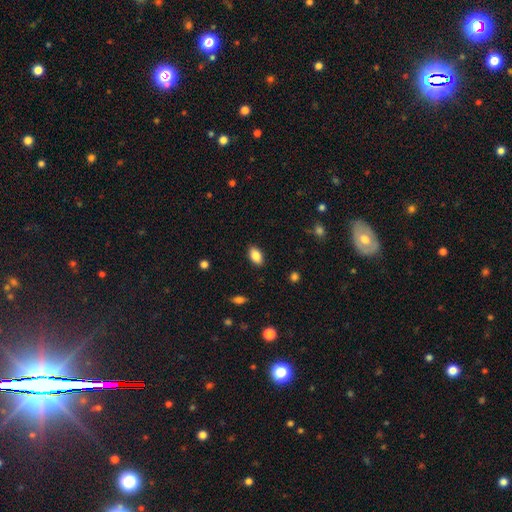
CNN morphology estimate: Smooth or featured? Predicted: smooth (p=0.85). How rounded? Predicted: in between (p=0.91). Merging? Predicted: none (p=0.88).